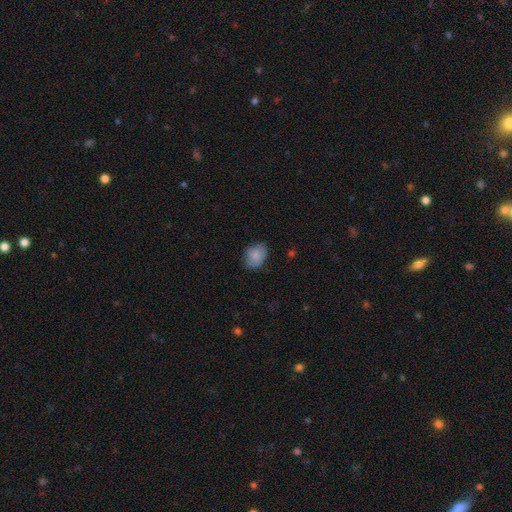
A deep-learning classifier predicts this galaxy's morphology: smooth_or_featured: smooth (p=0.85) [alt: featured or disk p=0.08]
how_rounded: in between (p=0.58) [alt: round p=0.41]
merging: none (p=0.76) [alt: minor disturbance p=0.20]